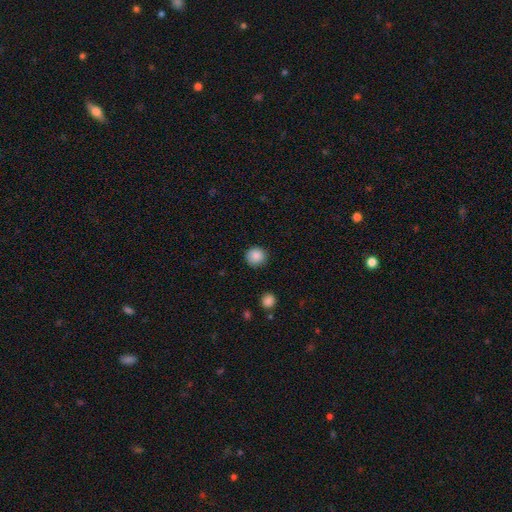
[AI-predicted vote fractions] A smooth galaxy with no disk features (88%) that is round (93%). Merging: none (90%).